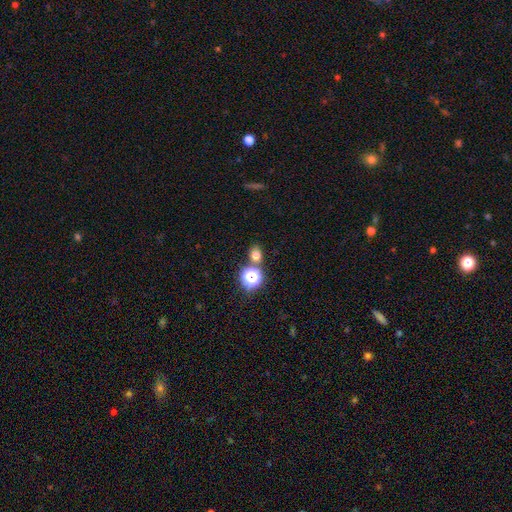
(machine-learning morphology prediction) The model was most divided on "how rounded": round: 59%, in between: 40%, cigar-shaped: 1%. More confident: smooth or featured — smooth (70%); merging — none (70%).